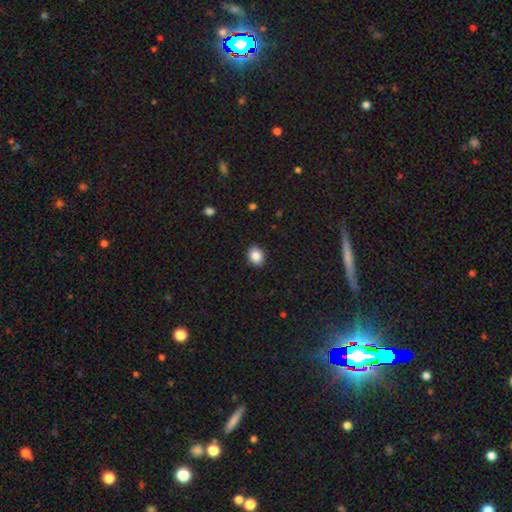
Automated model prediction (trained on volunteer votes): Smooth or featured: smooth — 88% (star or artifact — 9%)
How rounded: in between — 55% (round — 45%)
Merging: none — 90% (minor disturbance — 7%)